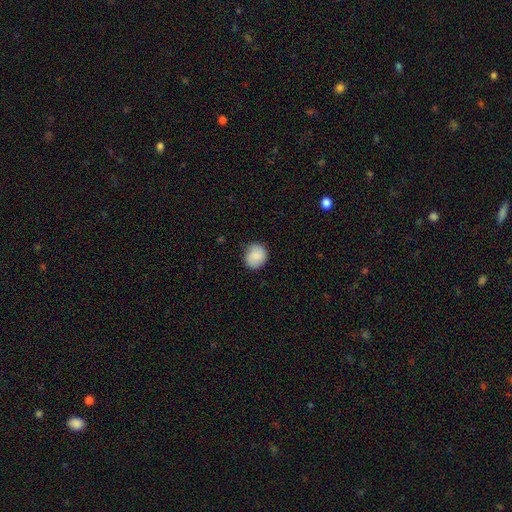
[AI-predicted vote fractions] Q: Smooth or featured?
A: smooth (85%); runner-up: featured or disk (8%)
Q: How rounded?
A: round (81%); runner-up: in between (18%)
Q: Merging?
A: none (80%); runner-up: minor disturbance (16%)